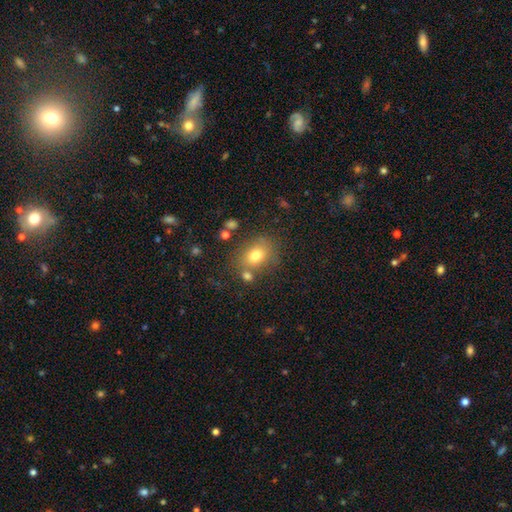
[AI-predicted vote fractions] The model was most divided on "how rounded": in between: 54%, round: 45%, cigar-shaped: 1%. More confident: smooth or featured — smooth (75%); merging — none (66%).